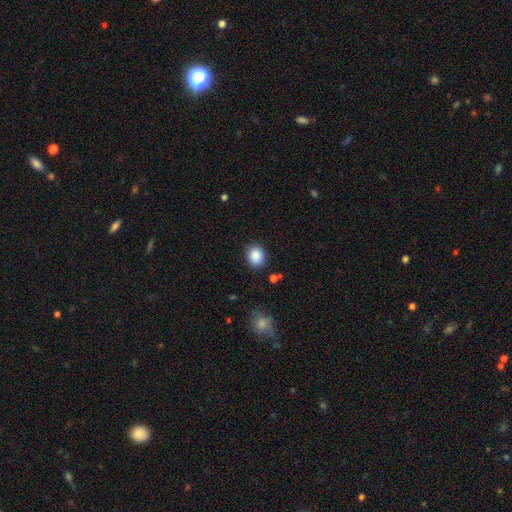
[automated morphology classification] The model was most divided on "how rounded": round: 64%, in between: 35%, cigar-shaped: 1%. More confident: smooth or featured — smooth (88%); merging — none (86%).